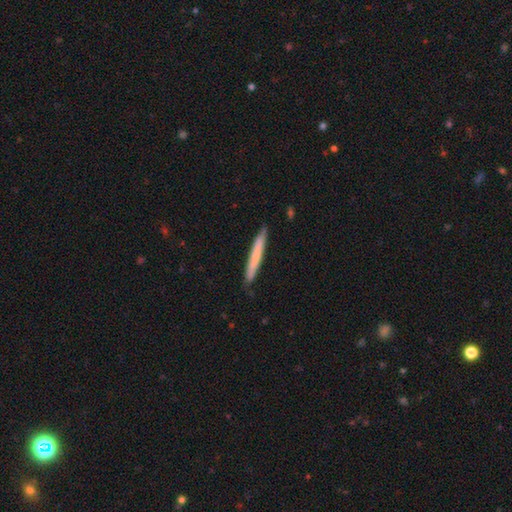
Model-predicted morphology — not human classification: Overall: smooth (65%; featured or disk 30%). How rounded: cigar-shaped (97%). Merging: none (87%).